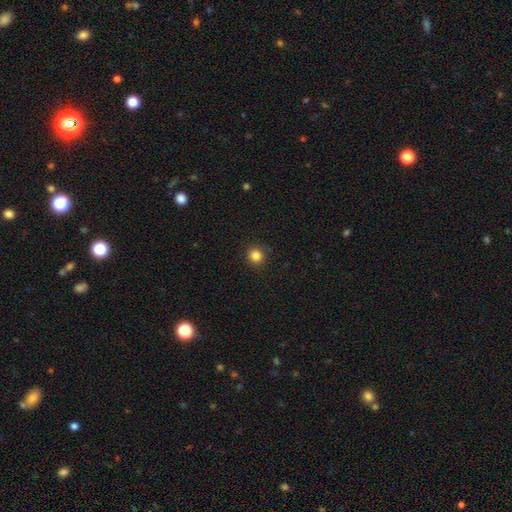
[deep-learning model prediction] Smooth or featured? Predicted: smooth (p=0.84). How rounded? Predicted: round (p=0.94). Merging? Predicted: none (p=0.90).